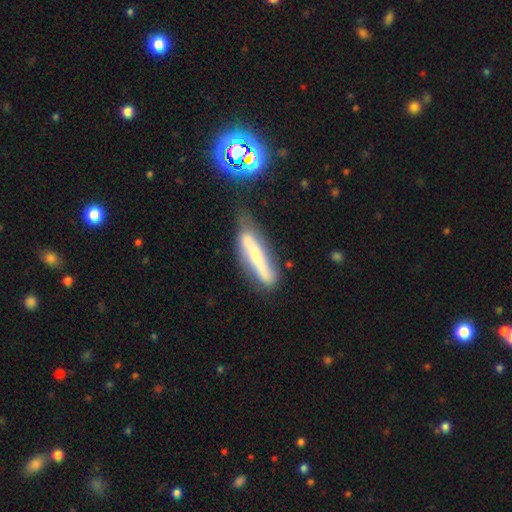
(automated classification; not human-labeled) This appears to be a featured or disk galaxy (53%) viewed edge-on (66%). Merging: none (59%).